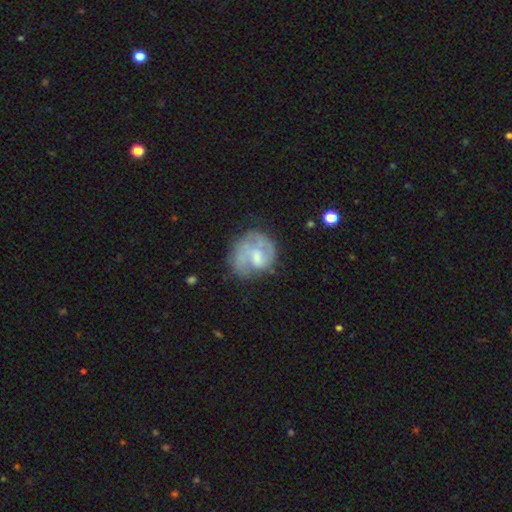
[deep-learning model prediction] smooth_or_featured: featured or disk (p=0.56) [alt: smooth p=0.36]
disk_edge_on: no (p=0.98) [alt: yes p=0.02]
bar: no (p=0.57) [alt: weak p=0.36]
has_spiral_arms: yes (p=0.58) [alt: no p=0.42]
bulge_size: moderate (p=0.39) [alt: small p=0.28]
merging: none (p=0.49) [alt: minor disturbance p=0.24]